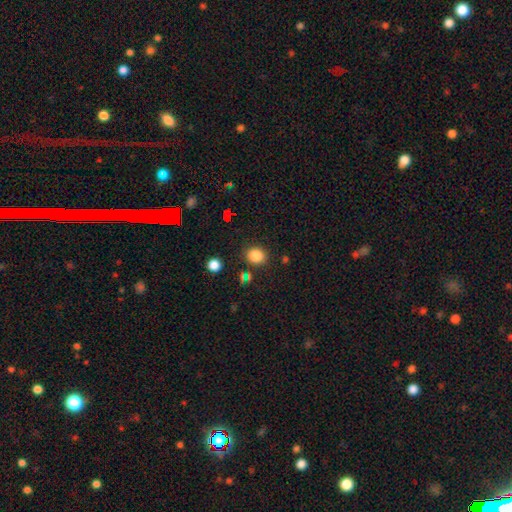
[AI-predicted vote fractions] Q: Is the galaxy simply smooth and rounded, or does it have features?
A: smooth — 83%.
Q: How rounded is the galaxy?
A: round — 70%.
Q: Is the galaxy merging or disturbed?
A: none — 84%.